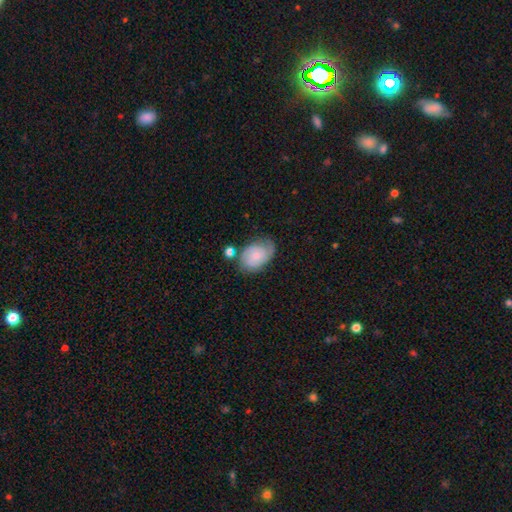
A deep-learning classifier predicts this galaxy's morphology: The model was most divided on "smooth or featured": smooth: 51%, featured or disk: 42%, star or artifact: 7%. More confident: how rounded — in between (80%); merging — none (57%).